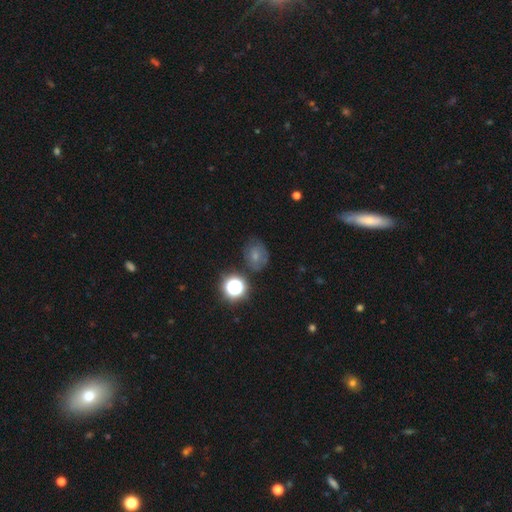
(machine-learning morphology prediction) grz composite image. It shows a smooth galaxy with no disk features (57%) that is round (54%). Merging: none (67%).